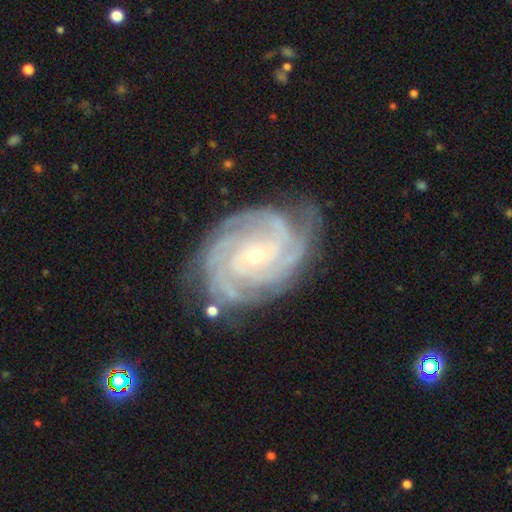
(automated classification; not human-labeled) A featured or disk galaxy (91%) with no bar (65%), 4 (29%) tight (76%) spiral arms (98%) and a small central bulge (60%).

Vote fractions:
- Smooth or featured? featured or disk: 91% / star or artifact: 5% / smooth: 4%
- Edge-on disk? no: 97% / yes: 3%
- Bar? no: 65% / weak: 26% / strong: 9%
- Spiral arms? yes: 98% / no: 2%
- Spiral winding? tight: 76% / medium: 21% / loose: 3%
- Spiral arm count? 4: 29% / 3: 23% / can't tell: 17% / more than 4: 12% / 2: 11% / 1: 6%
- Bulge size? small: 60% / moderate: 38% / large: 1% / none: 1% / dominant: 1%
- Merging? none: 74% / minor disturbance: 18% / major disturbance: 6% / merger: 2%